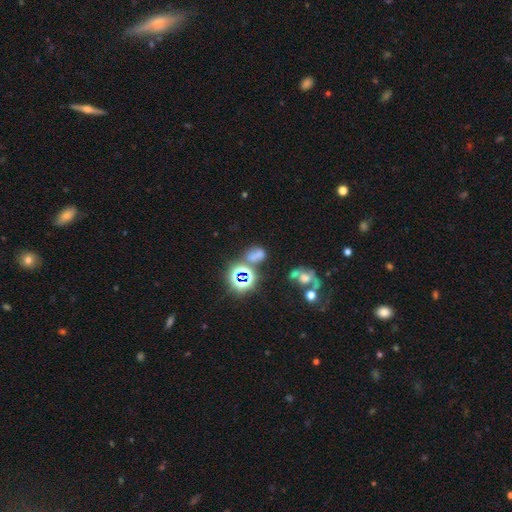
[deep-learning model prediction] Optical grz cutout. It shows a smooth galaxy with no disk features (48%). Merging: none (39%).